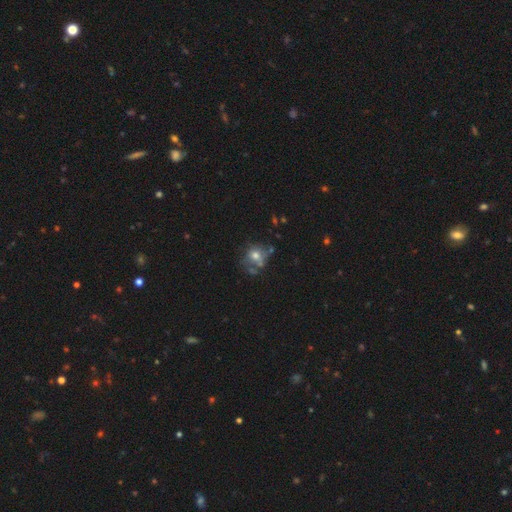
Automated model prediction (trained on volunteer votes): Smooth or featured: smooth — 59% (featured or disk — 27%)
How rounded: round — 69% (in between — 30%)
Merging: none — 44% (minor disturbance — 22%)